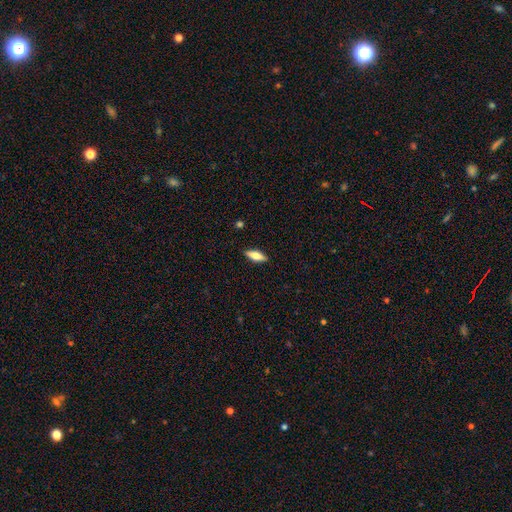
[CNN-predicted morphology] Overall: smooth (69%). How rounded: in between (58%; cigar-shaped 40%). Merging: none (89%).